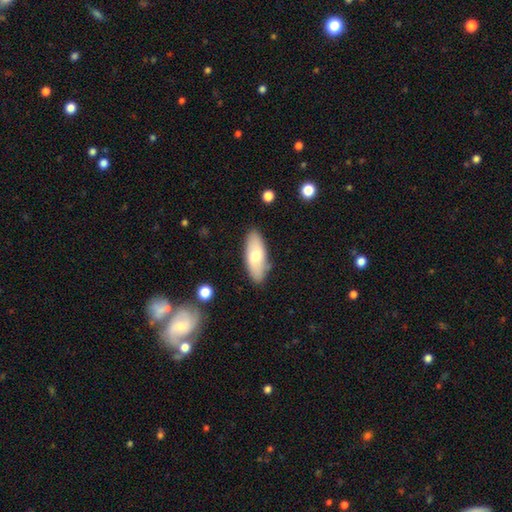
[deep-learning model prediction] smooth_or_featured: smooth (p=0.66) [alt: featured or disk p=0.29]
how_rounded: in between (p=0.80) [alt: cigar-shaped p=0.18]
merging: none (p=0.84) [alt: minor disturbance p=0.11]